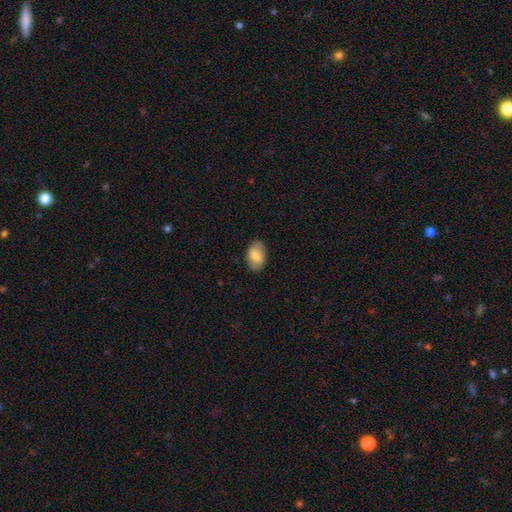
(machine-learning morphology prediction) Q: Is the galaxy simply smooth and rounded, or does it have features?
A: smooth — 77%.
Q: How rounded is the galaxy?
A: in between — 90%.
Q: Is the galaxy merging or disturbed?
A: none — 84%.